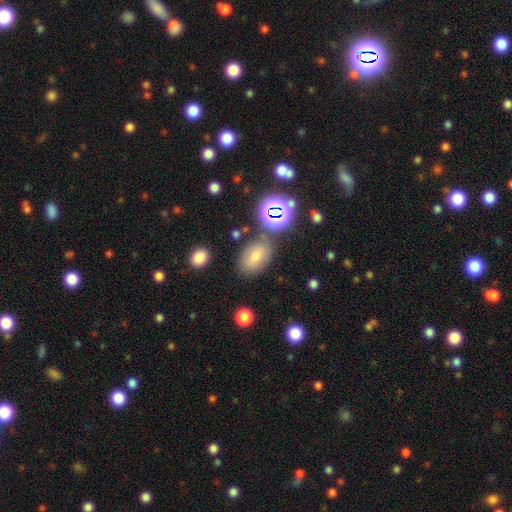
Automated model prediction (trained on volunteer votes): Overall: smooth (55%; star or artifact 28%). How rounded: in between (79%). Merging: none (77%).